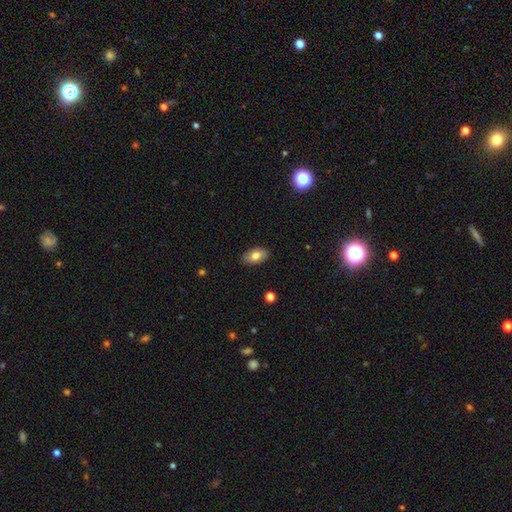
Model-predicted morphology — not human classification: smooth-or-featured: smooth: 78% | featured or disk: 14% | star or artifact: 7%
  how-rounded: in between: 92% | round: 6% | cigar-shaped: 2%
  merging: none: 87% | minor disturbance: 10% | major disturbance: 2% | merger: 1%